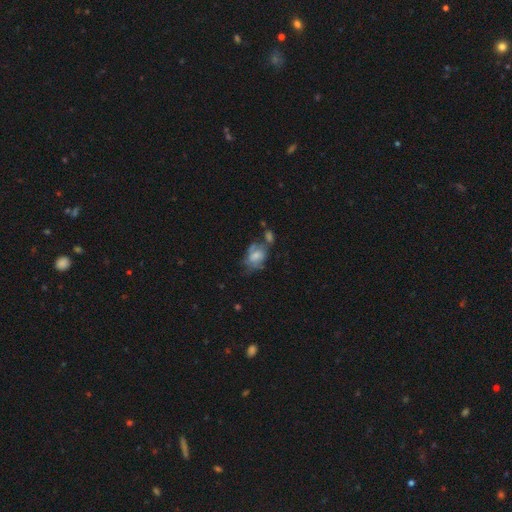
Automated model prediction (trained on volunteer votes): This is possibly a smooth galaxy (56%). How rounded: likely in between (72%). Merging: marginally none (30%).